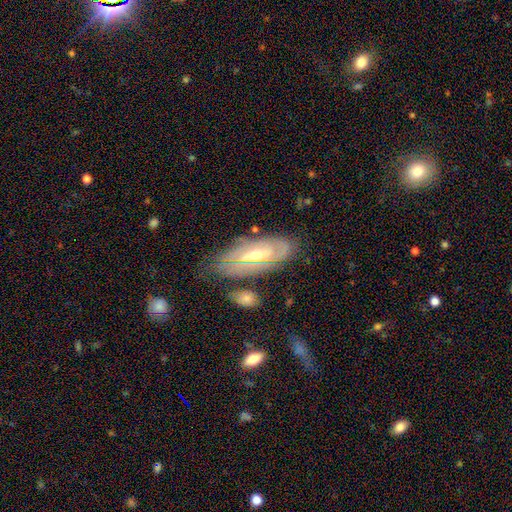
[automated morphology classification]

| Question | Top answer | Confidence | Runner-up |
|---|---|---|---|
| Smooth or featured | featured or disk | 77% | smooth (16%) |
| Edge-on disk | no | 85% | yes (15%) |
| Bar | no | 42% | weak (40%) |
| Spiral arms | yes | 85% | no (15%) |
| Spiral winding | tight | 70% | medium (23%) |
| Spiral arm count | can't tell | 50% | 2 (27%) |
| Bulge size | moderate | 58% | small (37%) |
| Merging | none | 71% | minor disturbance (19%) |